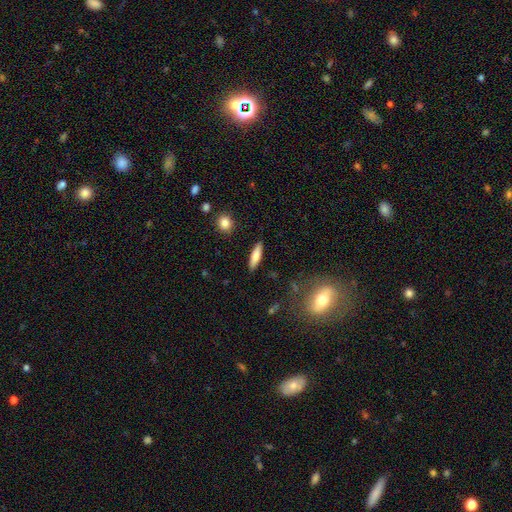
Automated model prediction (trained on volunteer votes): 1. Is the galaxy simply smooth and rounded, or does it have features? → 74% smooth, 19% featured or disk, 7% star or artifact.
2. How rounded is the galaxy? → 63% cigar-shaped, 35% in between, 2% round.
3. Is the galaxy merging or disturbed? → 89% none, 8% minor disturbance, 2% major disturbance, 2% merger.